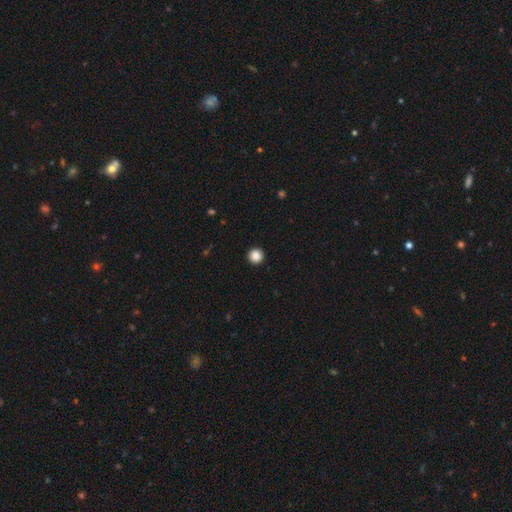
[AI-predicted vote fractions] A smooth galaxy with no disk features (88%) that is round (96%). Merging: none (94%).